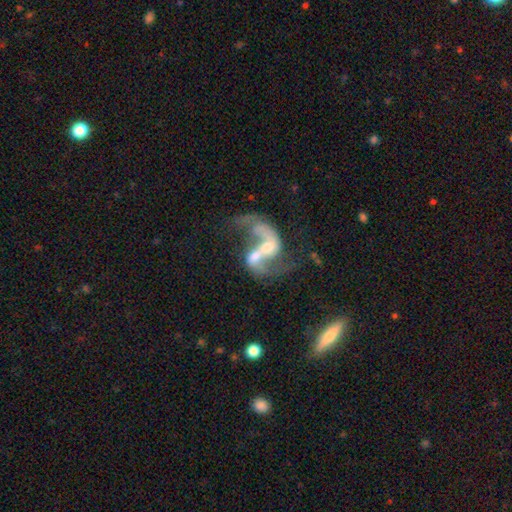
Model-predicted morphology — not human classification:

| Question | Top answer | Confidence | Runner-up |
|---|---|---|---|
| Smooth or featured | featured or disk | 83% | smooth (10%) |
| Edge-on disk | no | 97% | yes (3%) |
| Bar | no | 40% | weak (38%) |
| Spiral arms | yes | 87% | no (13%) |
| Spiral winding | loose | 73% | medium (23%) |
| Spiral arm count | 2 | 82% | 1 (10%) |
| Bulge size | moderate | 49% | small (31%) |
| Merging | merger | 52% | none (22%) |